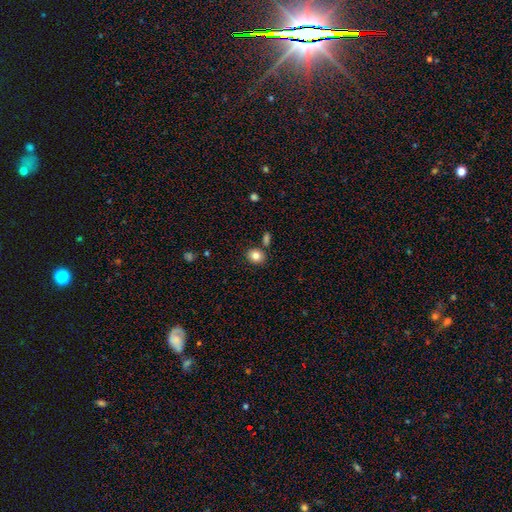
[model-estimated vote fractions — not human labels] Smooth or featured? Predicted: smooth (p=0.84). How rounded? Predicted: round (p=0.62). Merging? Predicted: none (p=0.81).